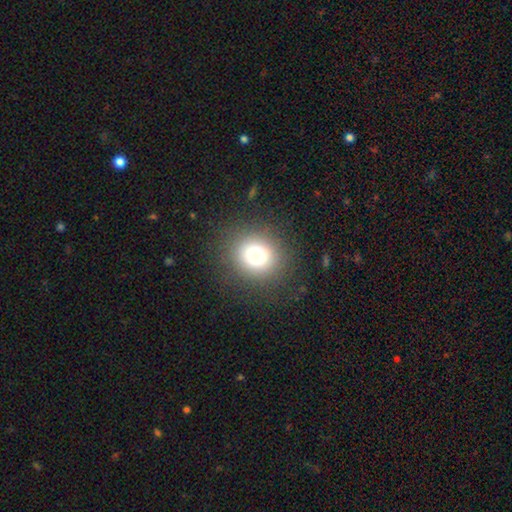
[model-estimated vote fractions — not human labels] Smooth or featured? Predicted: smooth (p=0.75). How rounded? Predicted: round (p=0.84). Merging? Predicted: none (p=0.87).